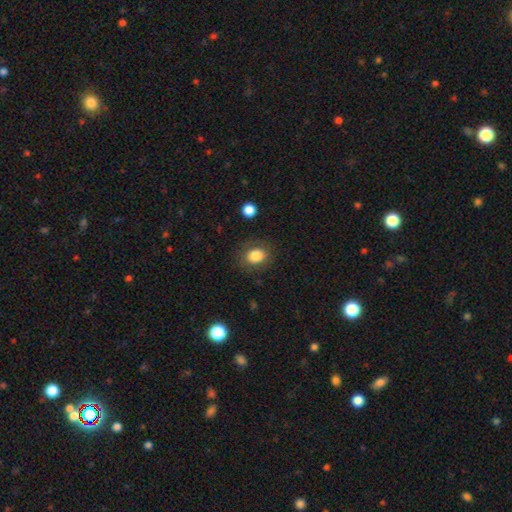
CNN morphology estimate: Q: Smooth or featured?
A: smooth (83%); runner-up: star or artifact (9%)
Q: How rounded?
A: round (51%); runner-up: in between (48%)
Q: Merging?
A: none (80%); runner-up: minor disturbance (13%)